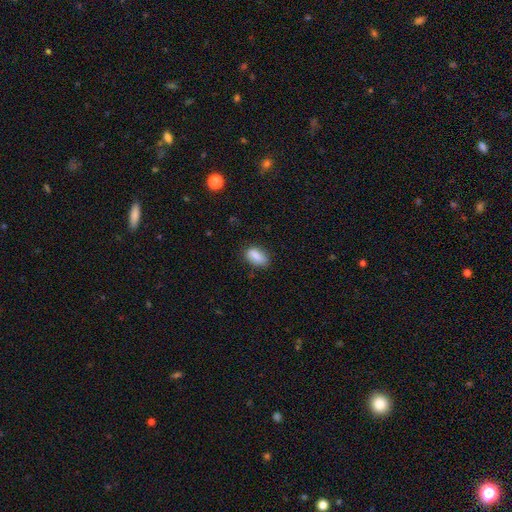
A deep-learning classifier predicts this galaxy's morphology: smooth_or_featured: smooth (p=0.84) [alt: featured or disk p=0.09]
how_rounded: in between (p=0.87) [alt: round p=0.06]
merging: none (p=0.75) [alt: minor disturbance p=0.19]